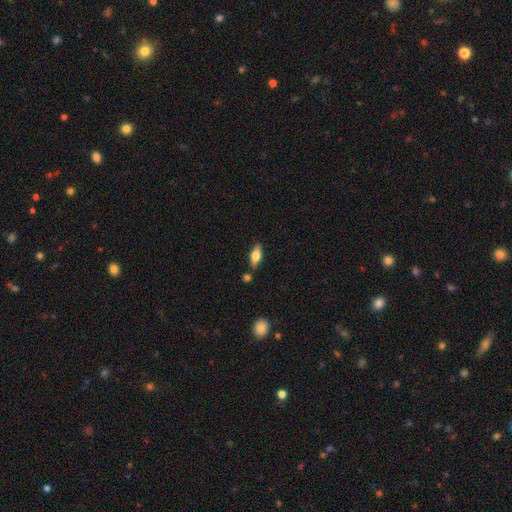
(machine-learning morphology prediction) Smooth or featured? Predicted: smooth (p=0.66). How rounded? Predicted: in between (p=0.80). Merging? Predicted: none (p=0.80).